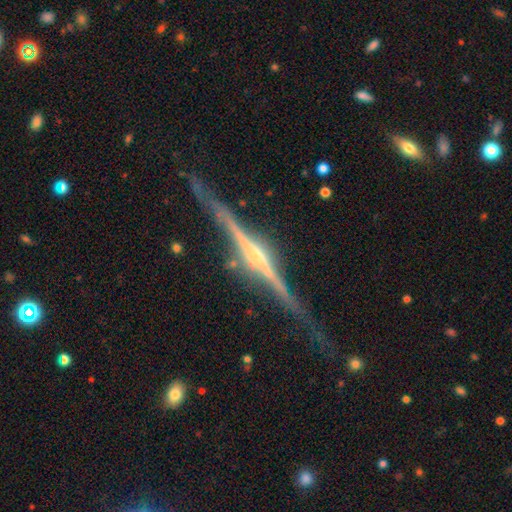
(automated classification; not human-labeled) featured or disk 89%, star or artifact 5%, smooth 5%. Down the decision tree: edge-on disk — yes (98%); edge-on bulge — rounded (73%); merging — none (81%).